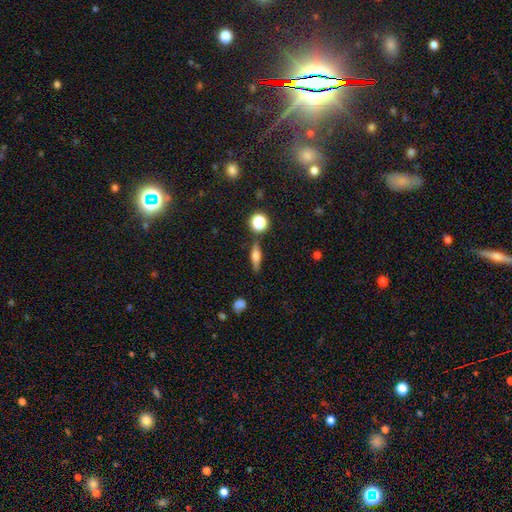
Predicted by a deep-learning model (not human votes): A smooth galaxy with no disk features (48%). Merging: none (81%).